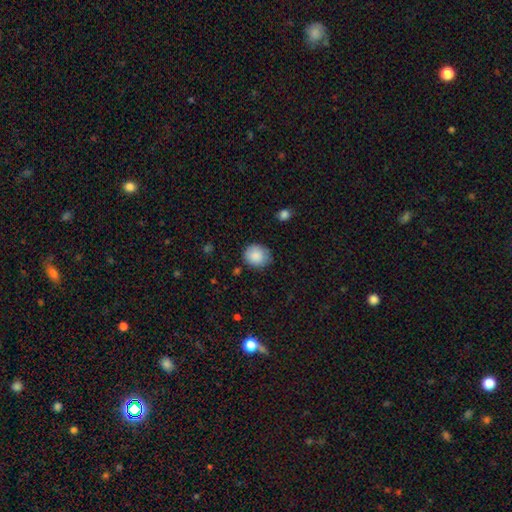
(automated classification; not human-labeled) Smooth or featured: smooth — 87% (star or artifact — 7%)
How rounded: round — 73% (in between — 27%)
Merging: none — 77% (minor disturbance — 18%)